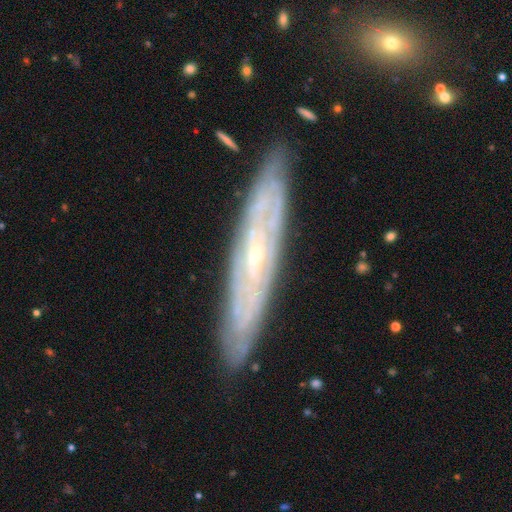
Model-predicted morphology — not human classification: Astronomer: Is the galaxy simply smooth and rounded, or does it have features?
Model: featured or disk — 81%.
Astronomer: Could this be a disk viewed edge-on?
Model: no — 56% (runner-up: yes, 44%).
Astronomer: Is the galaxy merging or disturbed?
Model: none — 85%.